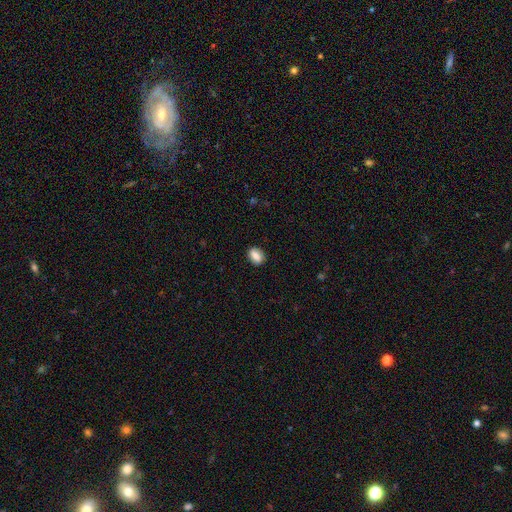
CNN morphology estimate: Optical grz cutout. It shows a smooth galaxy with no disk features (84%) that is in between round and cigar-shaped (77%). Merging: none (86%).